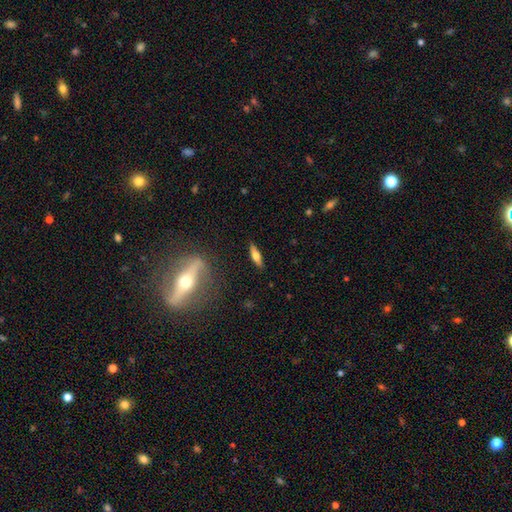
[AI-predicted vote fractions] smooth 47%, featured or disk 46%, star or artifact 7%. Down the decision tree: merging — none (87%).